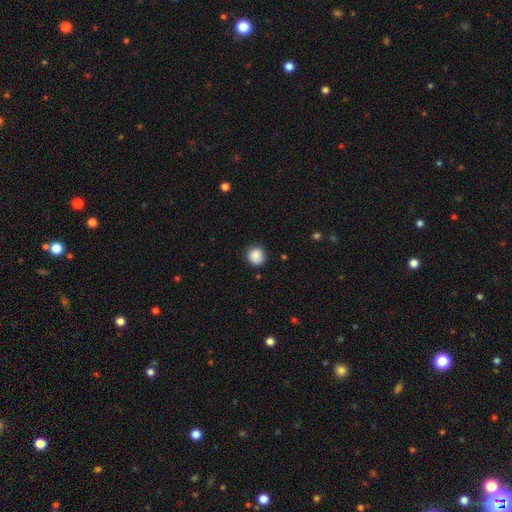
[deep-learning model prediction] A smooth galaxy with no disk features (88%) that is round (87%). Merging: none (84%).